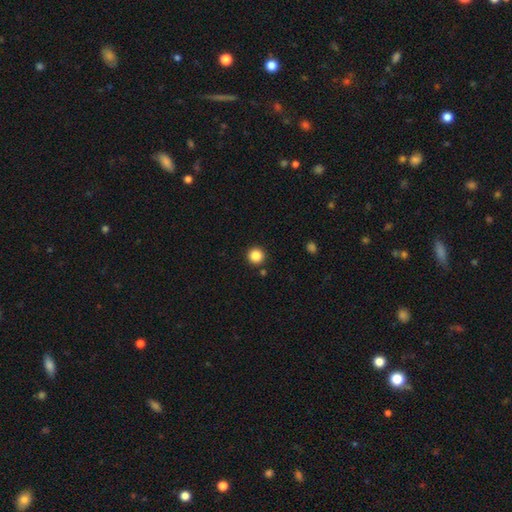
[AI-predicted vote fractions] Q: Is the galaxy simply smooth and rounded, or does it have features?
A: smooth — 86%.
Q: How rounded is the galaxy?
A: round — 96%.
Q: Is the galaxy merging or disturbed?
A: none — 91%.